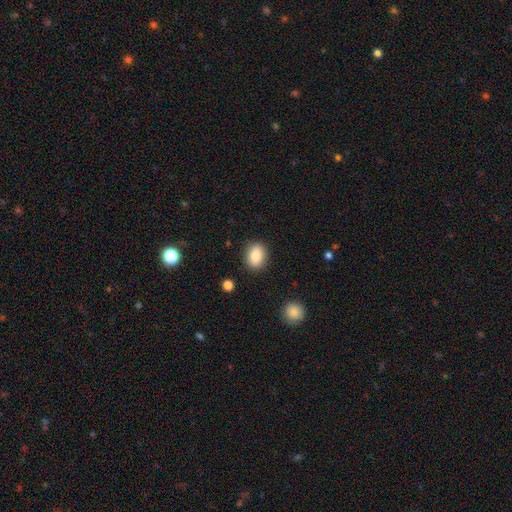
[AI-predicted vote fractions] Q: Smooth or featured?
A: smooth (86%); runner-up: star or artifact (8%)
Q: How rounded?
A: in between (66%); runner-up: round (33%)
Q: Merging?
A: none (87%); runner-up: minor disturbance (9%)